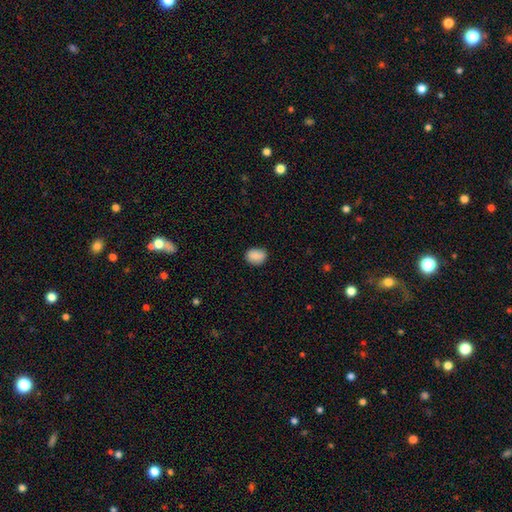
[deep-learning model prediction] Smooth or featured? Predicted: smooth (p=0.88). How rounded? Predicted: in between (p=0.59). Merging? Predicted: none (p=0.84).